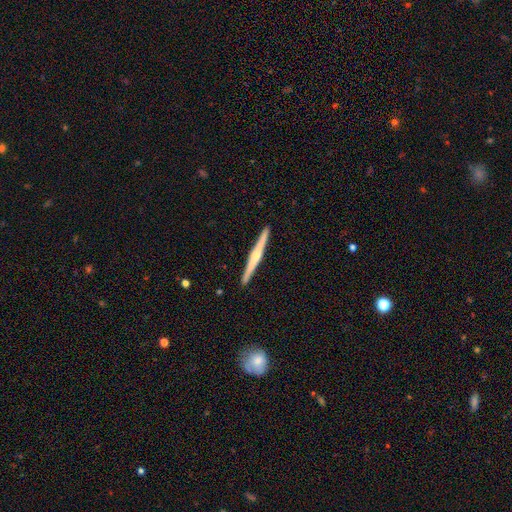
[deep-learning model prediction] A featured or disk galaxy (68%) viewed edge-on (98%) with a rounded central bulge (74%). Merging: none (93%).